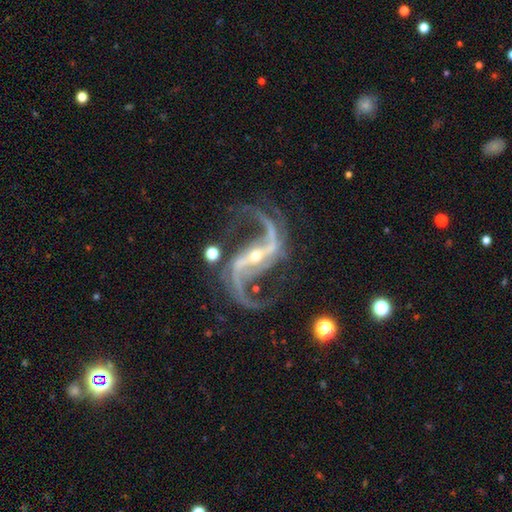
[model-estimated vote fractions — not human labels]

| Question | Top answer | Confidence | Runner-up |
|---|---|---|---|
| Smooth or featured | featured or disk | 94% | star or artifact (5%) |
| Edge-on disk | no | 97% | yes (3%) |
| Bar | strong | 63% | weak (23%) |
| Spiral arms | yes | 99% | no (1%) |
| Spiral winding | loose | 65% | medium (28%) |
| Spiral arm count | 2 | 94% | 3 (1%) |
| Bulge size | small | 71% | moderate (26%) |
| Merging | none | 73% | minor disturbance (14%) |